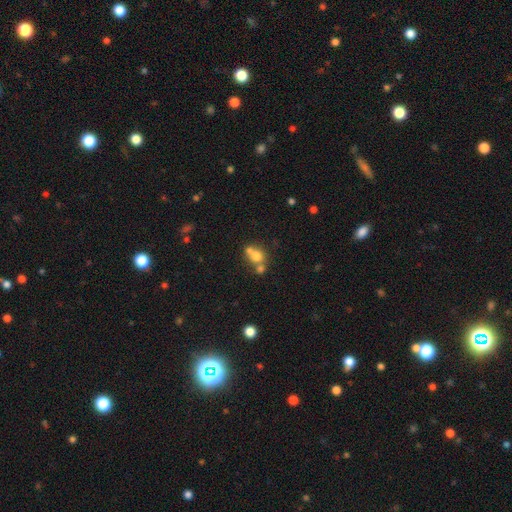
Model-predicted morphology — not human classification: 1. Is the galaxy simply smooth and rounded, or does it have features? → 68% smooth, 19% featured or disk, 13% star or artifact.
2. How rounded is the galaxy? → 66% round, 32% in between, 2% cigar-shaped.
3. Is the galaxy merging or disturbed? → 52% merger, 34% none, 9% minor disturbance, 5% major disturbance.